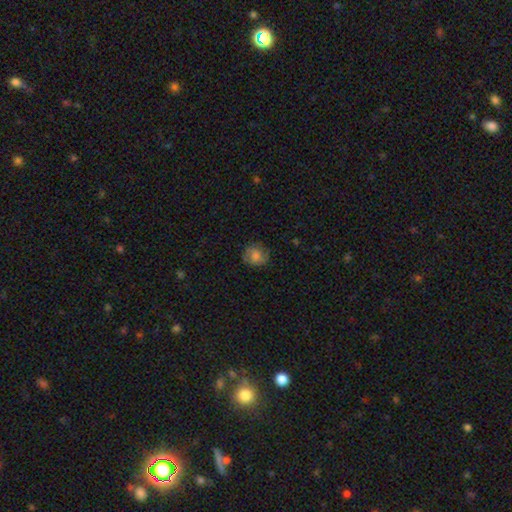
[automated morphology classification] This appears to be a smooth galaxy with no disk features (75%) that is round (77%). Merging: none (75%).